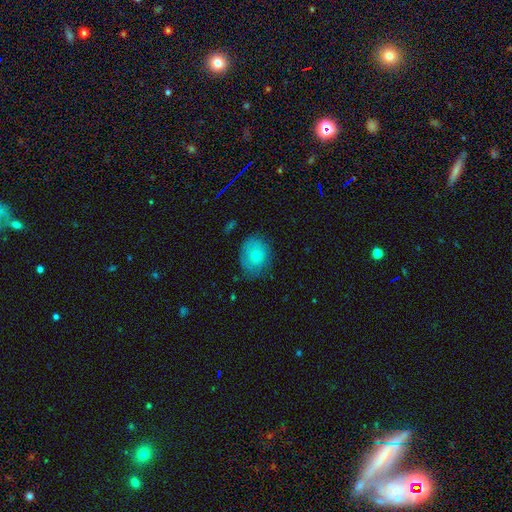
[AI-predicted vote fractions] Smooth or featured? smooth (67%)
How rounded? round (55%)
Merging? none (77%)